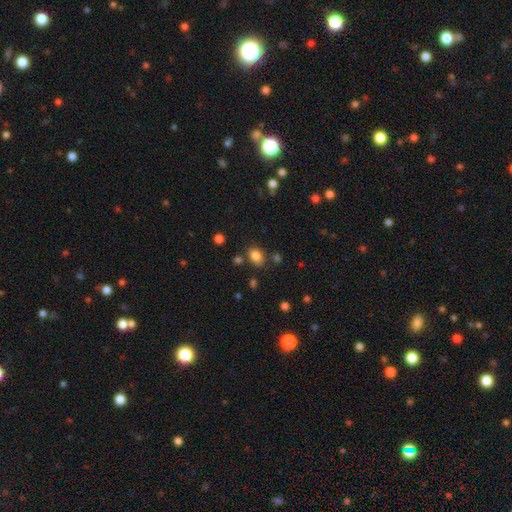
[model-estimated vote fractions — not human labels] Morphology: type=smooth (82%); roundness=in between (72%); merging=none (76%).